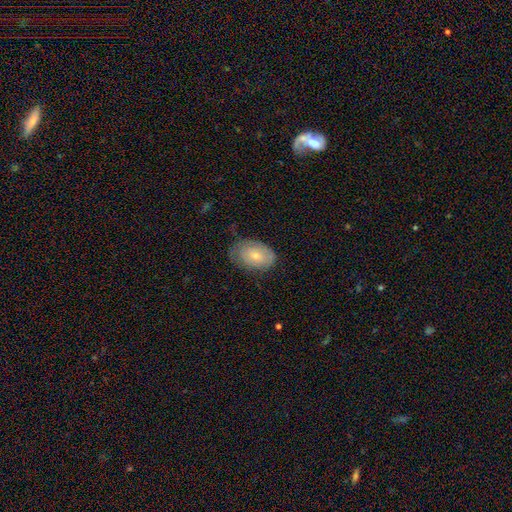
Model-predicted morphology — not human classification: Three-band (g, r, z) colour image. It shows a smooth galaxy with no disk features (62%) that is in between round and cigar-shaped (89%). Merging: none (58%).